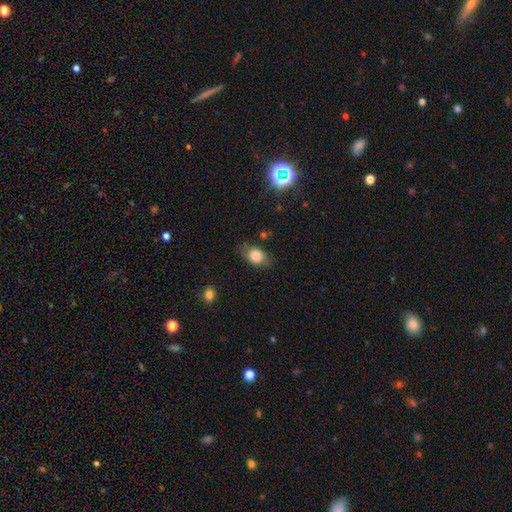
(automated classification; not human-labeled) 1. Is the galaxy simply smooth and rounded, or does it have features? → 79% smooth, 13% featured or disk, 9% star or artifact.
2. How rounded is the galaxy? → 74% in between, 24% round, 2% cigar-shaped.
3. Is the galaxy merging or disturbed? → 76% none, 18% minor disturbance, 5% major disturbance, 1% merger.